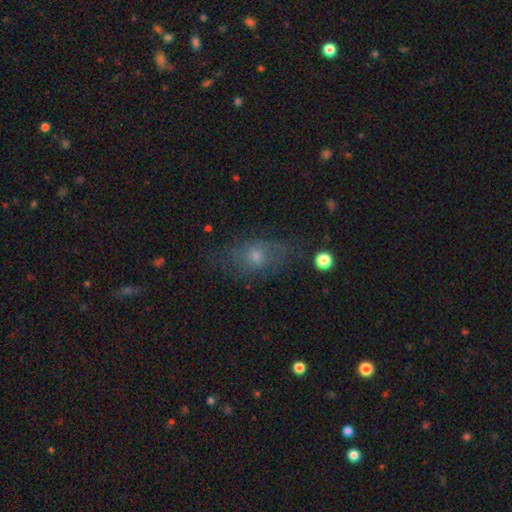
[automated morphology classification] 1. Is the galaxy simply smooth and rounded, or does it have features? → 44% smooth, 40% featured or disk, 17% star or artifact.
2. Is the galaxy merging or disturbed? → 64% none, 21% minor disturbance, 13% major disturbance, 2% merger.